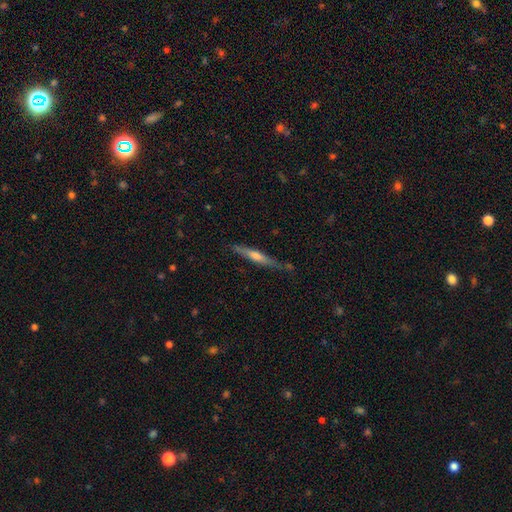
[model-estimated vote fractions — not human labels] The model was most divided on "smooth or featured": featured or disk: 63%, smooth: 30%, star or artifact: 6%. More confident: edge-on disk — yes (96%); merging — none (80%); edge-on bulge — rounded (68%).